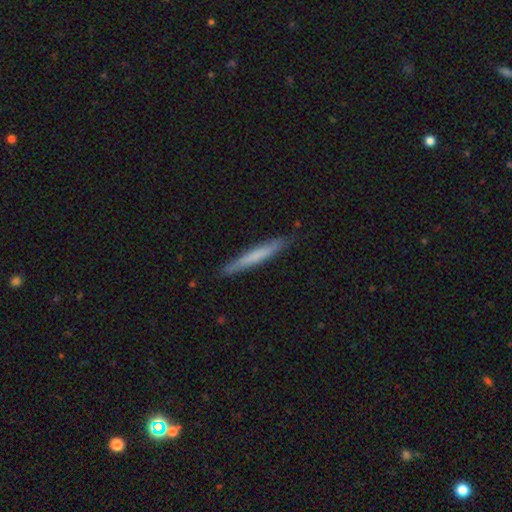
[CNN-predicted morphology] This appears to be a smooth galaxy with no disk features (63%) that is cigar-shaped (96%). Merging: none (88%).